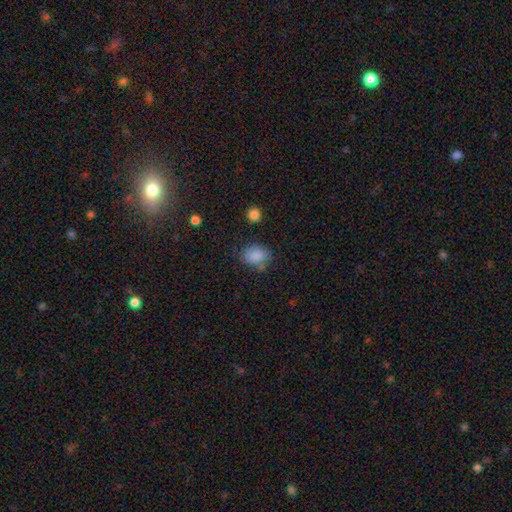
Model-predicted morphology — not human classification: smooth_or_featured: smooth (p=0.82) [alt: star or artifact p=0.09]
how_rounded: in between (p=0.67) [alt: round p=0.32]
merging: none (p=0.66) [alt: minor disturbance p=0.22]